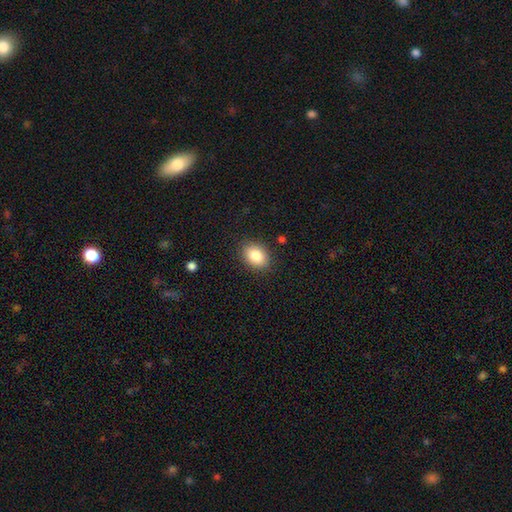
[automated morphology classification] This appears to be a smooth galaxy with no disk features (85%) that is in between round and cigar-shaped (74%). Merging: none (87%).